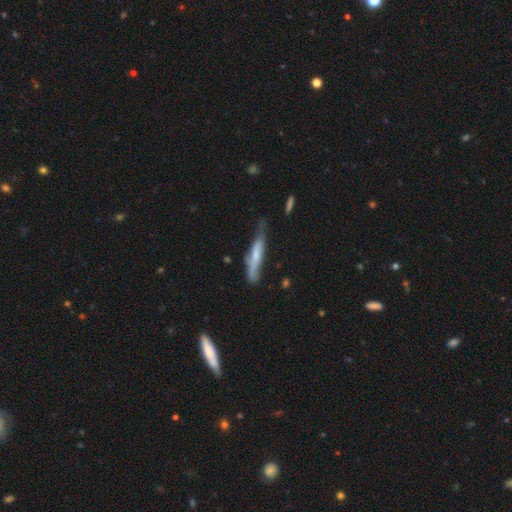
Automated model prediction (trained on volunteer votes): smooth 51%, featured or disk 43%, star or artifact 6%. Down the decision tree: how rounded — cigar-shaped (86%); merging — none (47%).